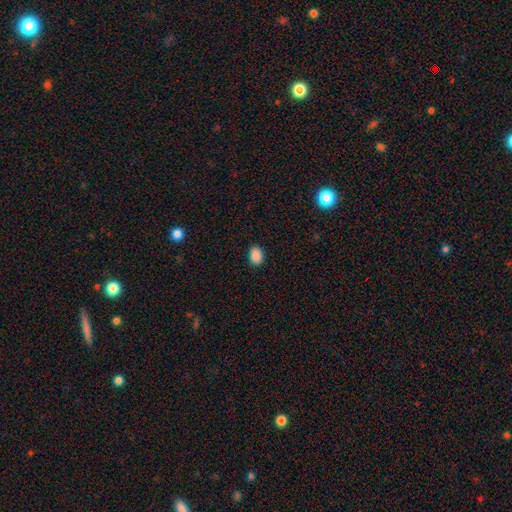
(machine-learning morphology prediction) type=smooth (89%); roundness=in between (81%); merging=none (88%).